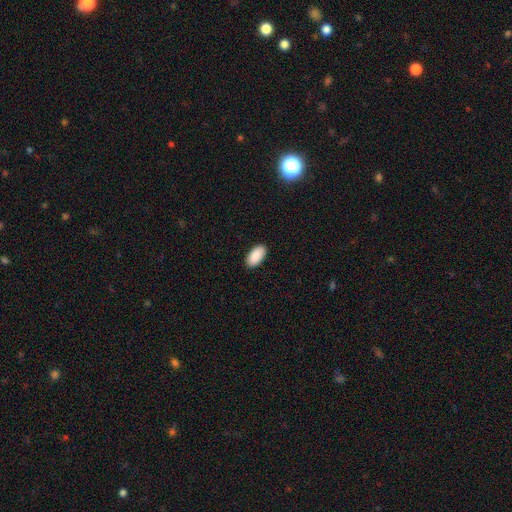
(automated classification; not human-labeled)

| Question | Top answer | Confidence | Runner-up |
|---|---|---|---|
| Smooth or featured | smooth | 90% | star or artifact (6%) |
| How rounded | in between | 96% | round (2%) |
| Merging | none | 90% | minor disturbance (7%) |